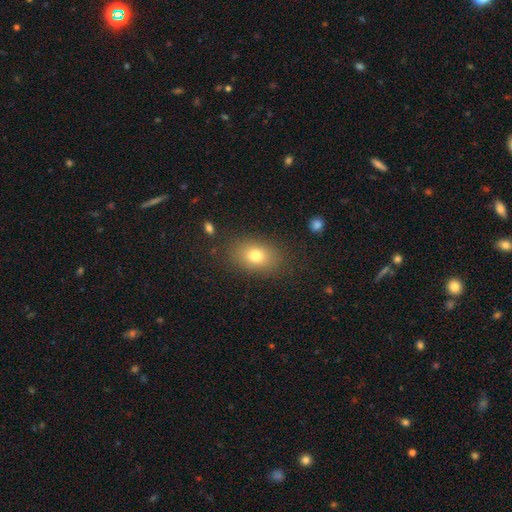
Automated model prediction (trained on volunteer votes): Q: Smooth or featured?
A: smooth (77%); runner-up: featured or disk (12%)
Q: How rounded?
A: in between (76%); runner-up: round (22%)
Q: Merging?
A: none (84%); runner-up: minor disturbance (10%)